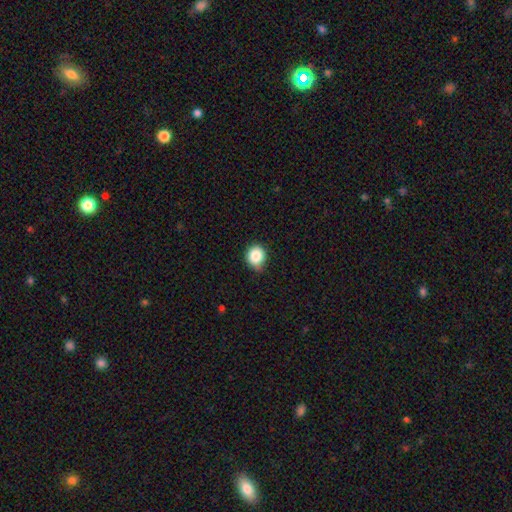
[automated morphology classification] smooth_or_featured: smooth (p=0.85) [alt: star or artifact p=0.10]
how_rounded: round (p=0.79) [alt: in between p=0.20]
merging: none (p=0.65) [alt: minor disturbance p=0.29]